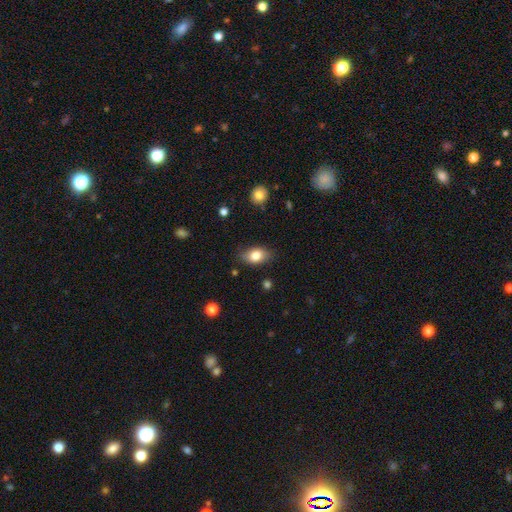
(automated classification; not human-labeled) A smooth galaxy with no disk features (82%) that is in between round and cigar-shaped (87%).

Vote fractions:
- Smooth or featured? smooth: 82% / featured or disk: 11% / star or artifact: 8%
- How rounded? in between: 87% / round: 11% / cigar-shaped: 2%
- Merging? none: 80% / minor disturbance: 16% / major disturbance: 3% / merger: 1%